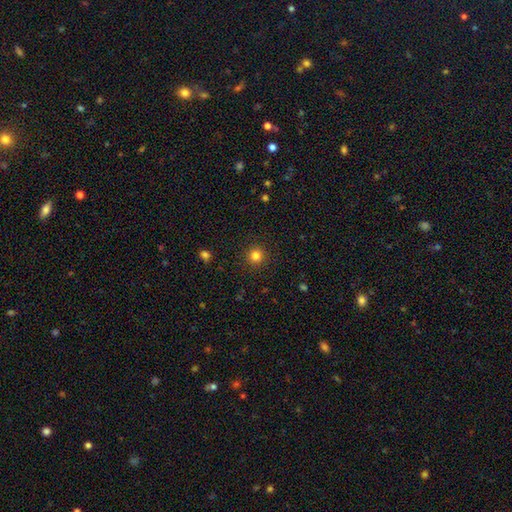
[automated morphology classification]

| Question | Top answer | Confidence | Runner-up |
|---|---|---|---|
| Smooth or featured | smooth | 82% | star or artifact (13%) |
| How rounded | round | 94% | in between (5%) |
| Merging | none | 92% | minor disturbance (5%) |